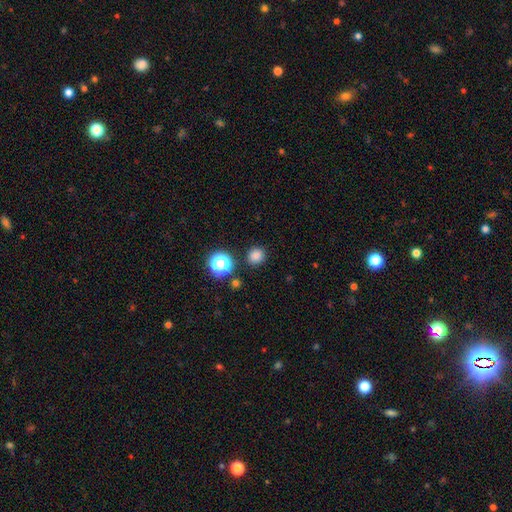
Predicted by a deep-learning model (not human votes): smooth-or-featured: smooth: 81% | star or artifact: 15% | featured or disk: 4%
  how-rounded: round: 88% | in between: 11% | cigar-shaped: 1%
  merging: none: 87% | minor disturbance: 7% | merger: 3% | major disturbance: 3%